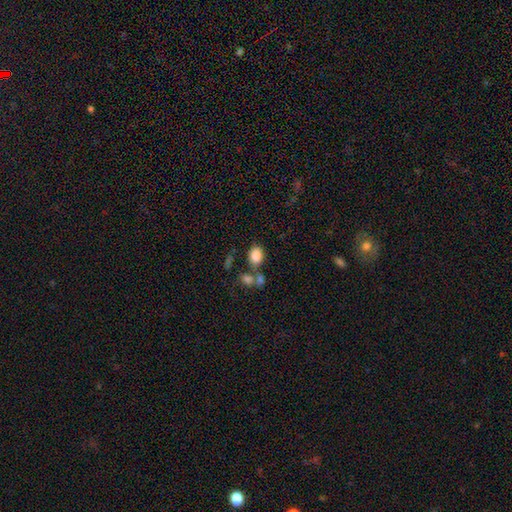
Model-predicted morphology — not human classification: type=smooth (84%); roundness=in between (70%); merging=none (59%).